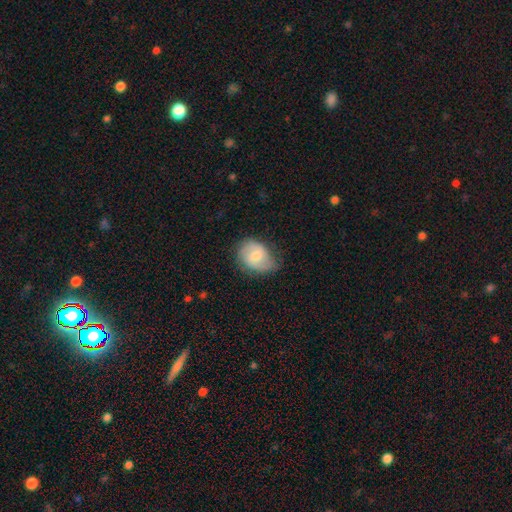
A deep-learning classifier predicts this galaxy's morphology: type=smooth (54%); roundness=in between (65%); merging=none (62%).